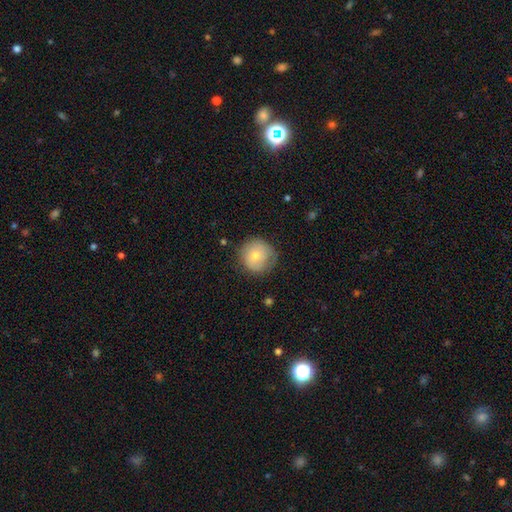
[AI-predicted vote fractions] A smooth galaxy with no disk features (71%) that is round (92%). Merging: none (68%).